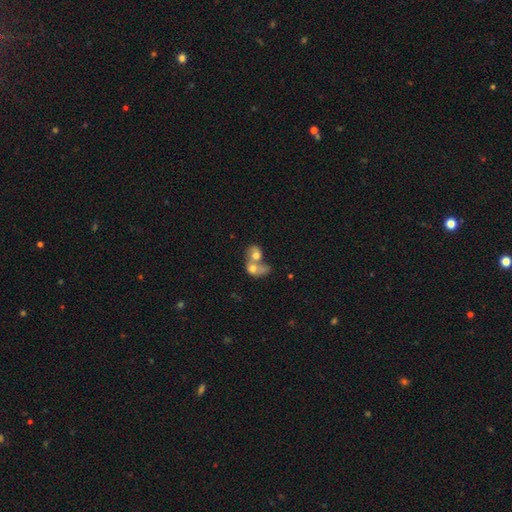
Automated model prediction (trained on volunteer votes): Smooth or featured? smooth (50%)
Merging? merger (73%)